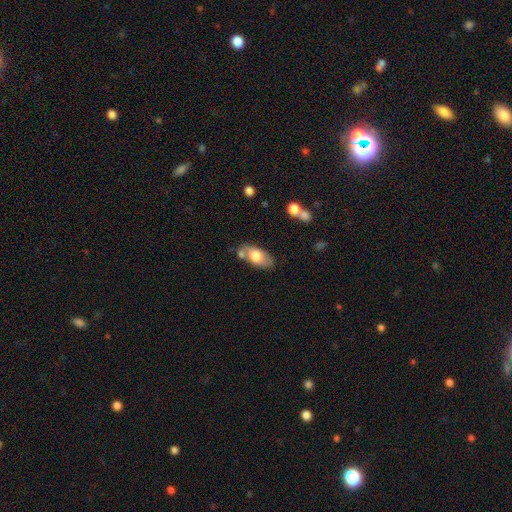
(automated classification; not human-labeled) Q: Smooth or featured?
A: smooth (71%); runner-up: featured or disk (23%)
Q: How rounded?
A: in between (91%); runner-up: cigar-shaped (6%)
Q: Merging?
A: none (62%); runner-up: minor disturbance (18%)